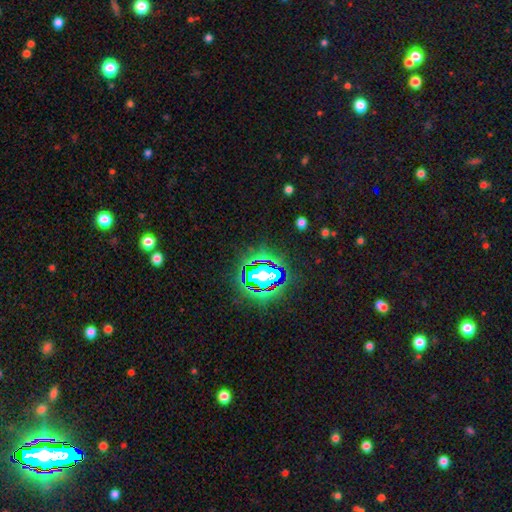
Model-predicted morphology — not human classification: The model was most divided on "smooth or featured": star or artifact: 82%, smooth: 11%, featured or disk: 8%.